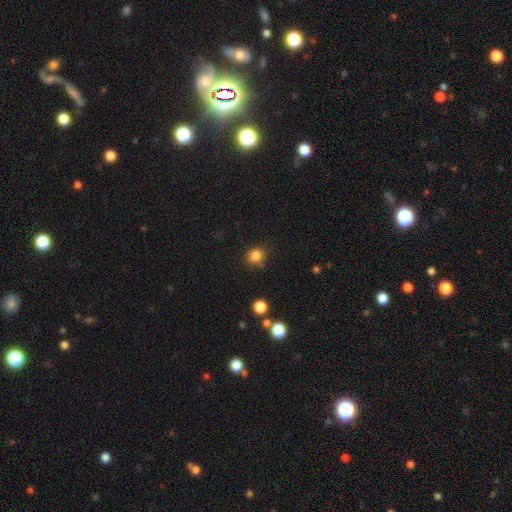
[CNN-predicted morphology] Q: Smooth or featured?
A: smooth (83%); runner-up: star or artifact (12%)
Q: How rounded?
A: round (80%); runner-up: in between (19%)
Q: Merging?
A: none (80%); runner-up: minor disturbance (13%)